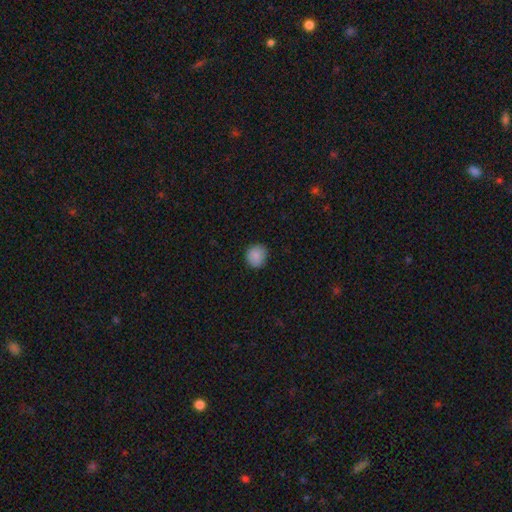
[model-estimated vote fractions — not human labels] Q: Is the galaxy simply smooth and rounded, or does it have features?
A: smooth — 87%.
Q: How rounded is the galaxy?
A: round — 86%.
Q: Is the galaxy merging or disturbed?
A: none — 88%.